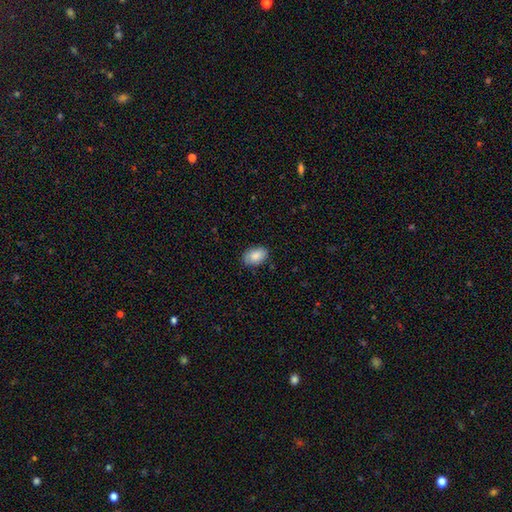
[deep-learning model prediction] Smooth or featured? smooth (86%)
How rounded? in between (89%)
Merging? none (82%)